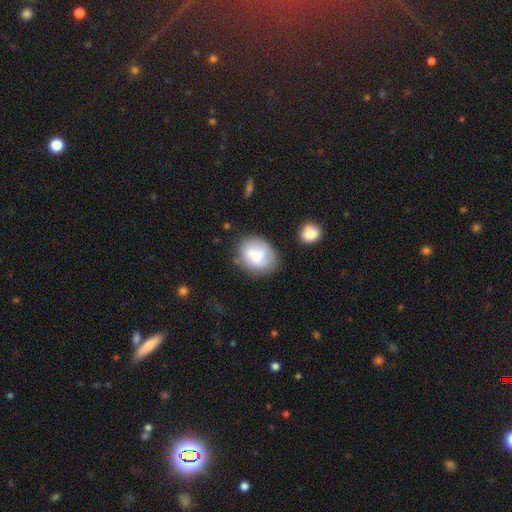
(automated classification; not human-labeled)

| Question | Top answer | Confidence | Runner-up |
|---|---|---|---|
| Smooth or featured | smooth | 72% | featured or disk (20%) |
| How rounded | round | 56% | in between (43%) |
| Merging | none | 61% | minor disturbance (22%) |